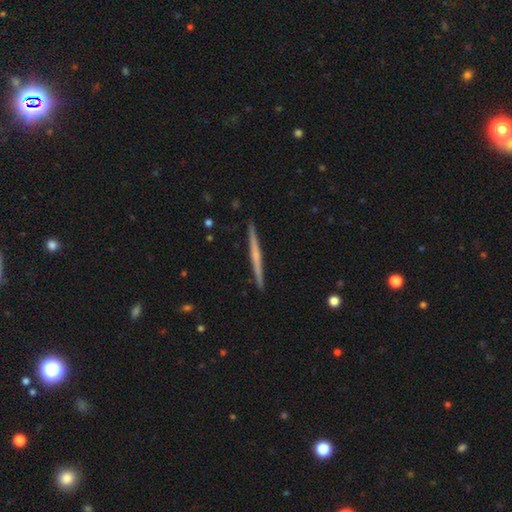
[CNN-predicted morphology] smooth_or_featured: featured or disk (p=0.65) [alt: smooth p=0.30]
disk_edge_on: yes (p=0.98) [alt: no p=0.02]
edge_on_bulge: none (p=0.60) [alt: rounded p=0.33]
merging: none (p=0.93) [alt: minor disturbance p=0.05]